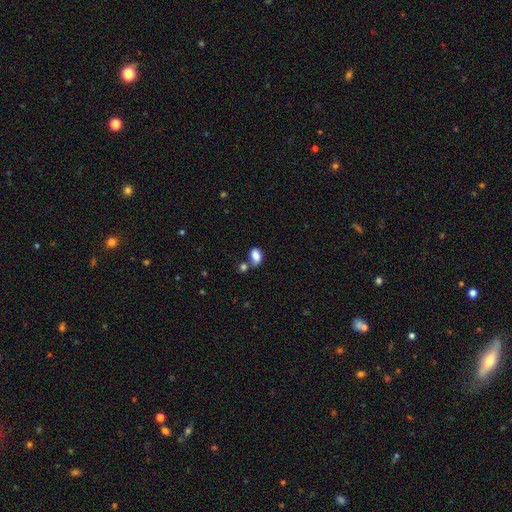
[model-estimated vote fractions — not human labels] This appears to be a smooth galaxy with no disk features (83%) that is in between round and cigar-shaped (86%). Merging: none (47%).